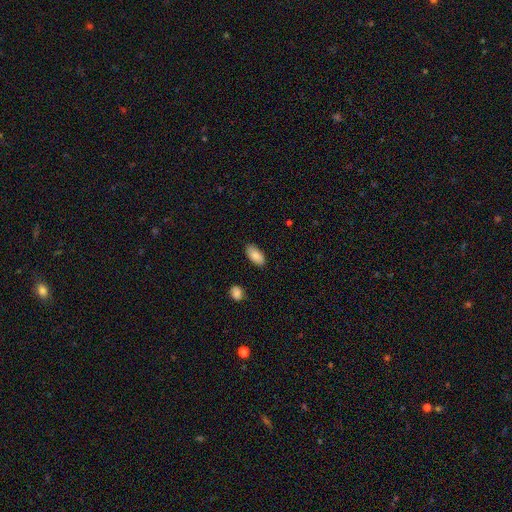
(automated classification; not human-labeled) The model was most divided on "merging": none: 85%, minor disturbance: 12%, major disturbance: 2%, merger: 1%. More confident: how rounded — in between (94%); smooth or featured — smooth (87%).